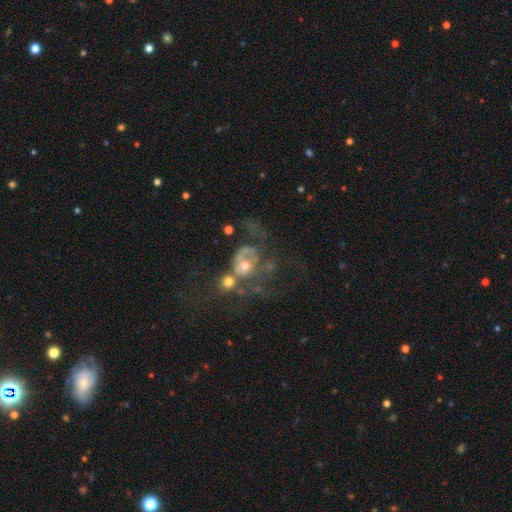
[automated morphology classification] Smooth or featured? featured or disk (58%)
Edge-on disk? no (96%)
Bar? no (71%)
Spiral arms? yes (65%)
Bulge size? small (42%)
Merging? none (35%)